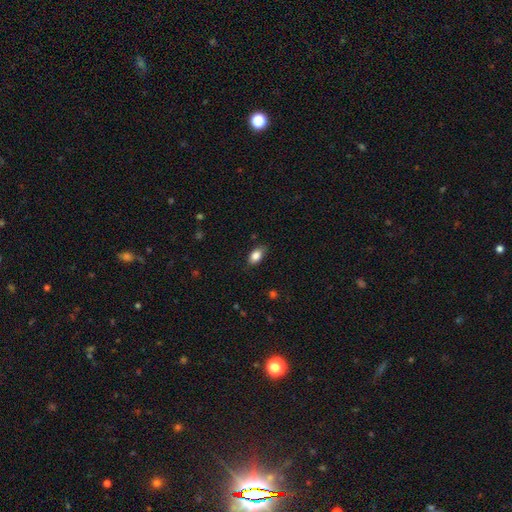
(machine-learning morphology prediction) smooth-or-featured: smooth: 86% | star or artifact: 8% | featured or disk: 6%
  how-rounded: in between: 88% | round: 8% | cigar-shaped: 3%
  merging: none: 80% | minor disturbance: 15% | major disturbance: 3% | merger: 1%